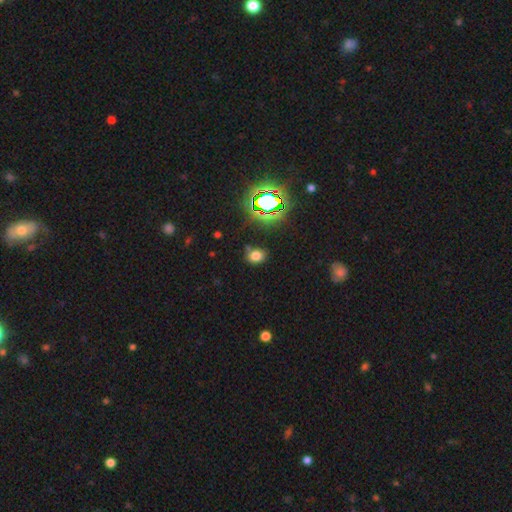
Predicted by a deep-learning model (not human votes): The model was most divided on "how rounded": in between: 51%, round: 48%, cigar-shaped: 1%. More confident: merging — none (76%); smooth or featured — smooth (70%).